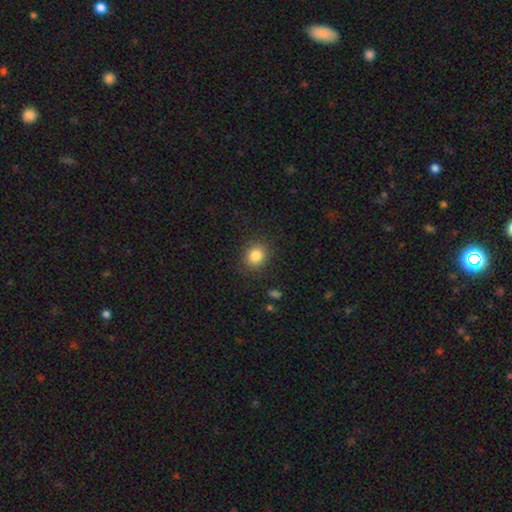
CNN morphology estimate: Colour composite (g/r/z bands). It shows a smooth galaxy with no disk features (85%) that is round (72%). Merging: none (86%).